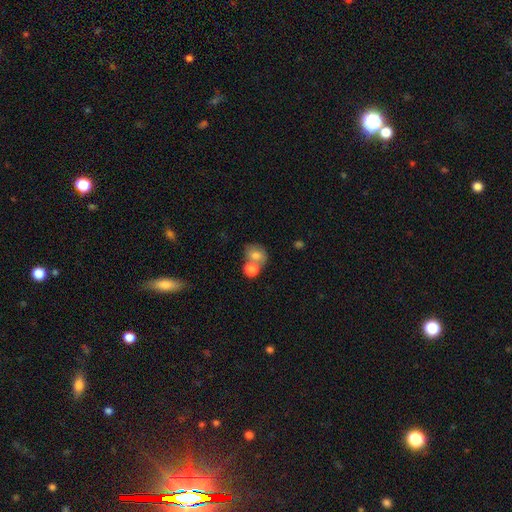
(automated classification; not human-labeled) Overall: smooth (76%). How rounded: round (54%; in between 45%). Merging: merger (45%; none 39%).